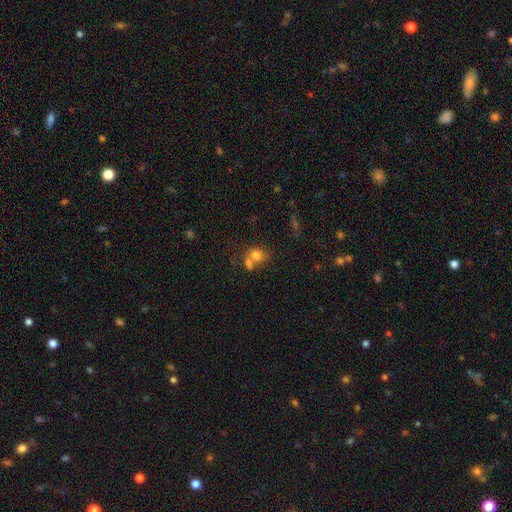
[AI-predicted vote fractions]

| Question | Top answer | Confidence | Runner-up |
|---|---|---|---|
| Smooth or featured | smooth | 73% | featured or disk (14%) |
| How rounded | round | 64% | in between (35%) |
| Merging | merger | 46% | none (37%) |